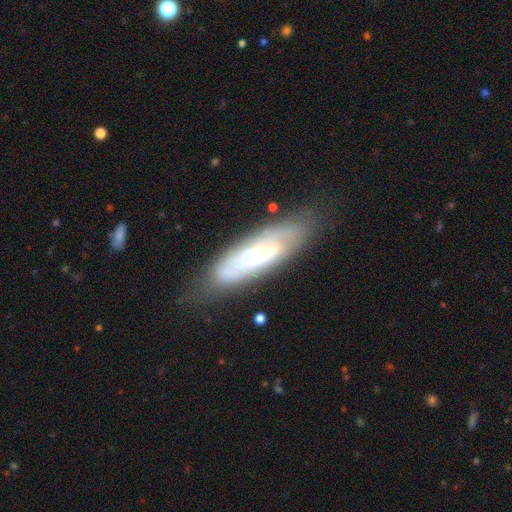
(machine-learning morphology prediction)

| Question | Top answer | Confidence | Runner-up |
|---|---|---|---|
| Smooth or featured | featured or disk | 62% | smooth (30%) |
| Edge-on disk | no | 76% | yes (24%) |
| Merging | none | 69% | minor disturbance (20%) |